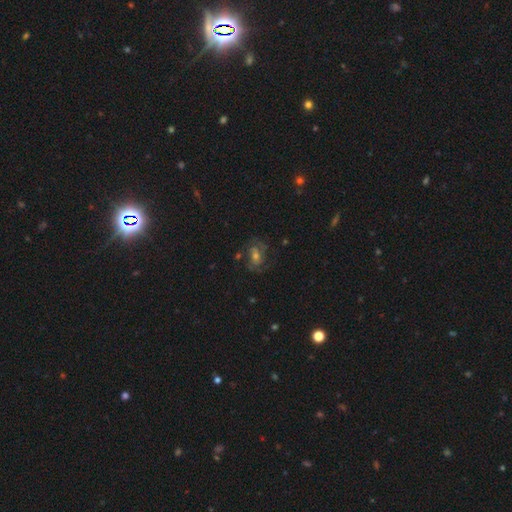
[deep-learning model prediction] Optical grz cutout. It shows a featured or disk galaxy (55%) with no bar (52%), spiral arms (78%) and a moderate central bulge (53%). Merging: none (69%).